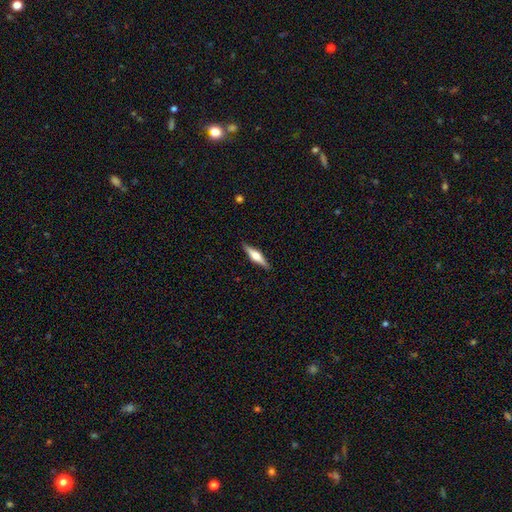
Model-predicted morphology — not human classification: The model was most divided on "smooth or featured": featured or disk: 64%, smooth: 31%, star or artifact: 5%. More confident: edge-on disk — yes (97%); edge-on bulge — rounded (91%); merging — none (90%).